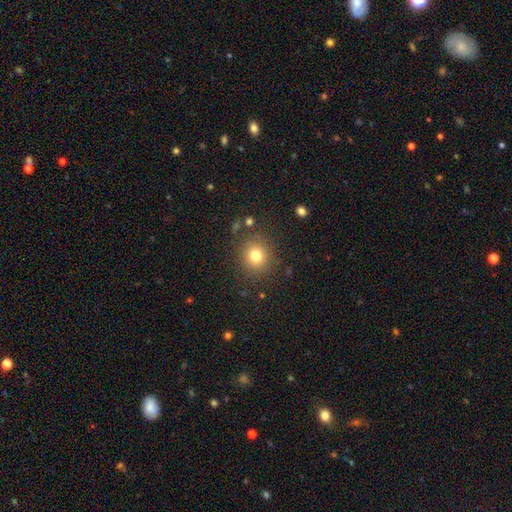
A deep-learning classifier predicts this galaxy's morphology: Q: Smooth or featured?
A: smooth (77%); runner-up: star or artifact (14%)
Q: How rounded?
A: round (88%); runner-up: in between (11%)
Q: Merging?
A: none (86%); runner-up: minor disturbance (8%)